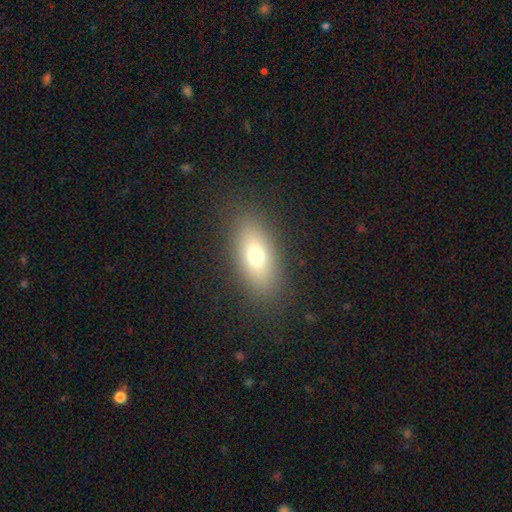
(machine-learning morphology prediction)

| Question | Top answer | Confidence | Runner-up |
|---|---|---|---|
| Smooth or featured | smooth | 71% | featured or disk (19%) |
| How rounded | in between | 81% | cigar-shaped (13%) |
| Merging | none | 87% | minor disturbance (9%) |